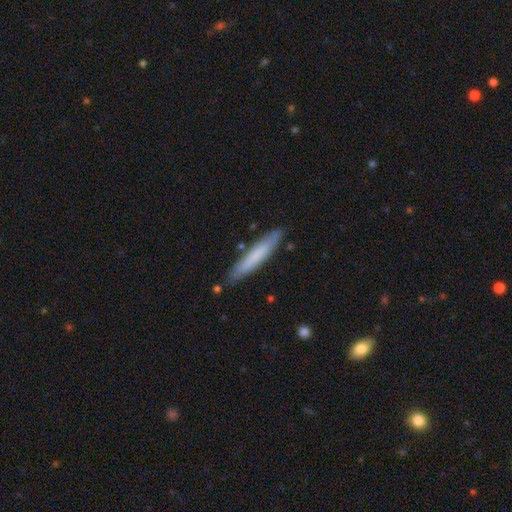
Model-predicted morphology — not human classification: type=smooth (70%); roundness=cigar-shaped (93%); merging=none (85%).